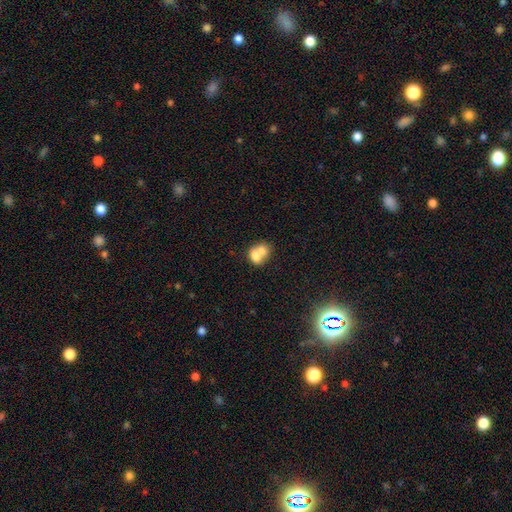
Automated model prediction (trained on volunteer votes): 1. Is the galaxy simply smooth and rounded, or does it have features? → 69% smooth, 23% featured or disk, 9% star or artifact.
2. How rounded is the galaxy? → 50% round, 49% in between, 1% cigar-shaped.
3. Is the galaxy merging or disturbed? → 71% merger, 20% none, 6% minor disturbance, 3% major disturbance.